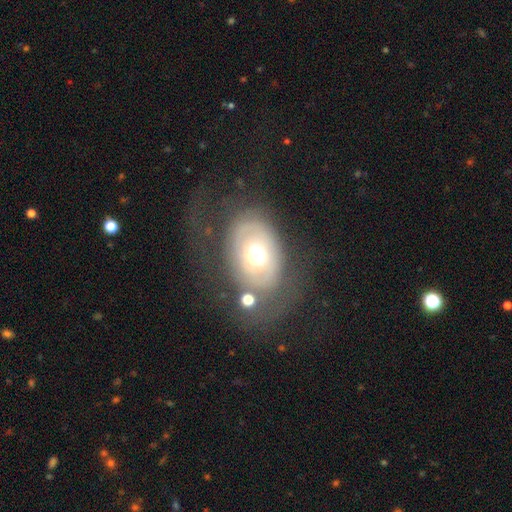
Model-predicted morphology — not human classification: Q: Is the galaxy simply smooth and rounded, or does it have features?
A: featured or disk — 51%.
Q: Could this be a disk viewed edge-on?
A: no — 93%.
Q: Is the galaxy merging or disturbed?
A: none — 55%.